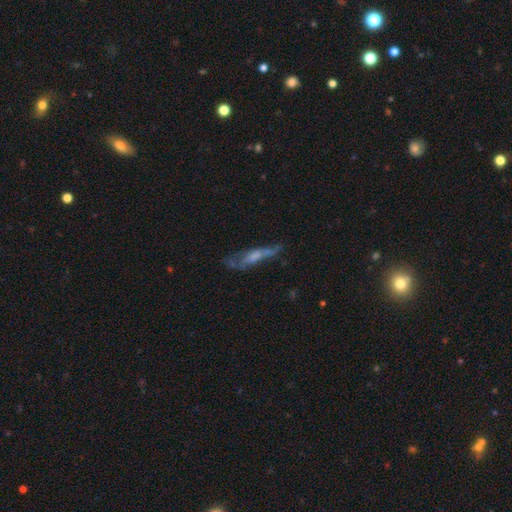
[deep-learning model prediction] A featured or disk galaxy (53%). Merging: none (42%).